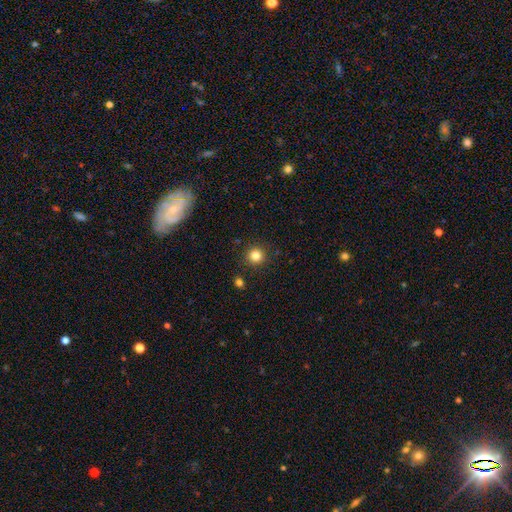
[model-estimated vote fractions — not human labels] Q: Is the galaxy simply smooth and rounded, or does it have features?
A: smooth — 82%.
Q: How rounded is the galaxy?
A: round — 94%.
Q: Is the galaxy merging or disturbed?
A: none — 90%.